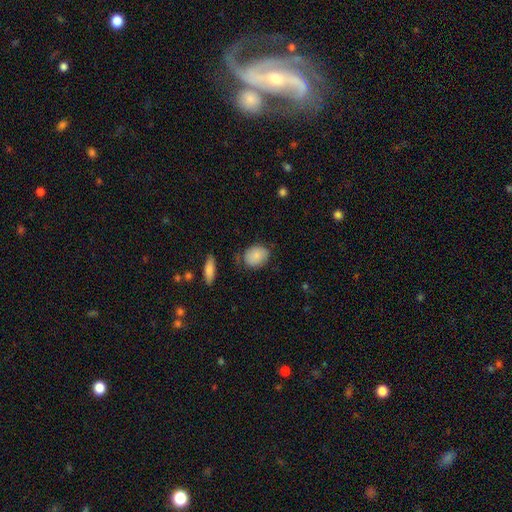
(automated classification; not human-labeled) Smooth or featured: smooth — 85% (featured or disk — 8%)
How rounded: in between — 54% (round — 45%)
Merging: none — 71% (minor disturbance — 20%)